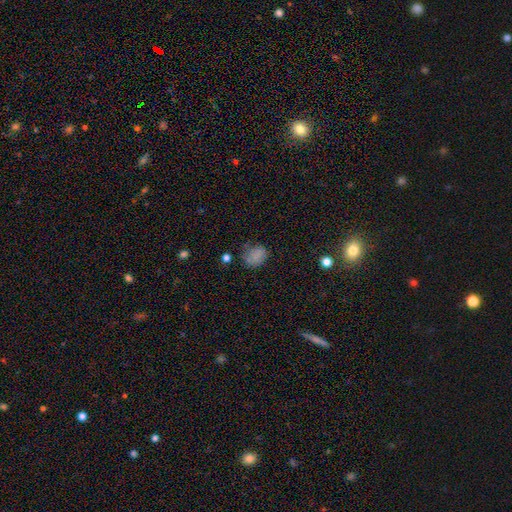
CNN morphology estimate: This appears to be a smooth galaxy with no disk features (79%) that is in between round and cigar-shaped (50%). Merging: none (62%).